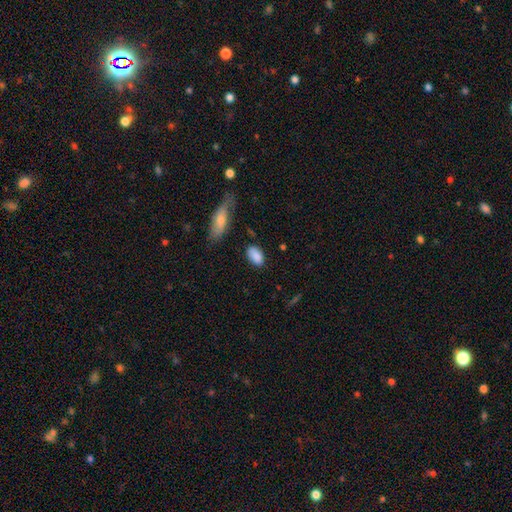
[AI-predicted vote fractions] This is clearly a smooth galaxy (87%). How rounded: clearly in between (92%). Merging: likely none (77%).